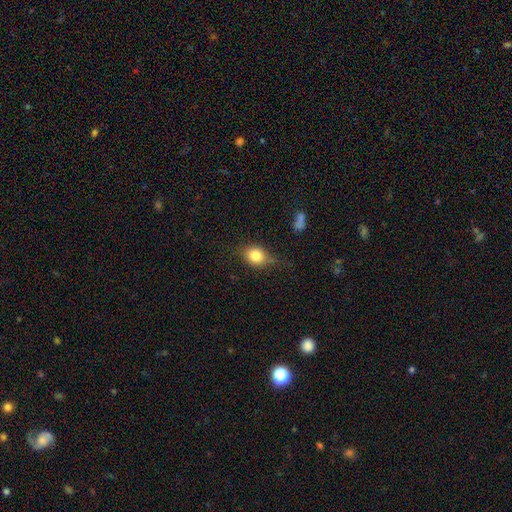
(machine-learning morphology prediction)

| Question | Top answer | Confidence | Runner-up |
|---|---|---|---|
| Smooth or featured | smooth | 77% | featured or disk (12%) |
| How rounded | round | 55% | in between (43%) |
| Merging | none | 64% | minor disturbance (24%) |